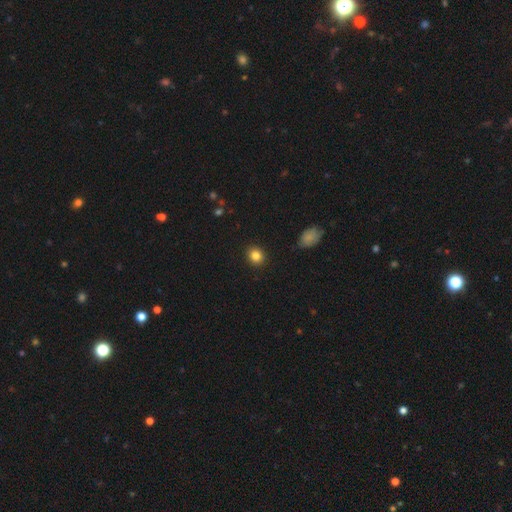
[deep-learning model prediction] Smooth or featured?
  - smooth: 84% *
  - star or artifact: 11%
  - featured or disk: 5%
How rounded?
  - round: 77% *
  - in between: 22%
  - cigar-shaped: 1%
Merging?
  - none: 90% *
  - minor disturbance: 7%
  - major disturbance: 2%
  - merger: 1%